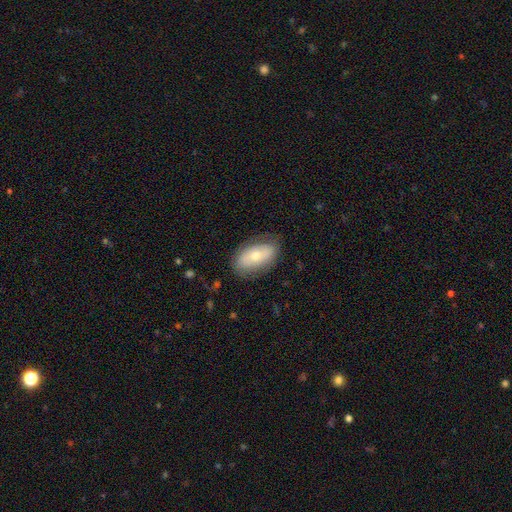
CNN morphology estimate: Smooth or featured? Predicted: smooth (p=0.56). How rounded? Predicted: in between (p=0.92). Merging? Predicted: none (p=0.78).